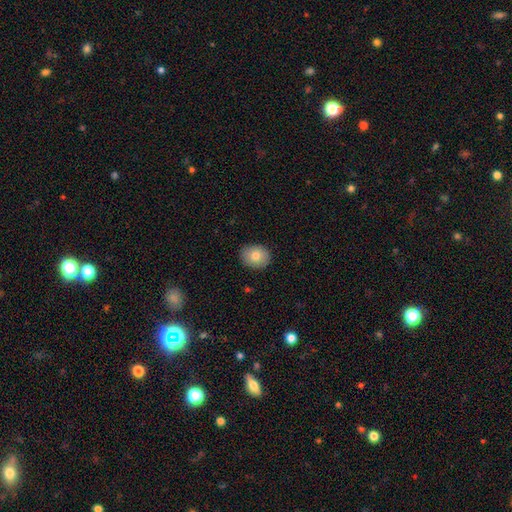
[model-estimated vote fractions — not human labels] Morphology: type=smooth (79%); roundness=round (55%); merging=none (88%).